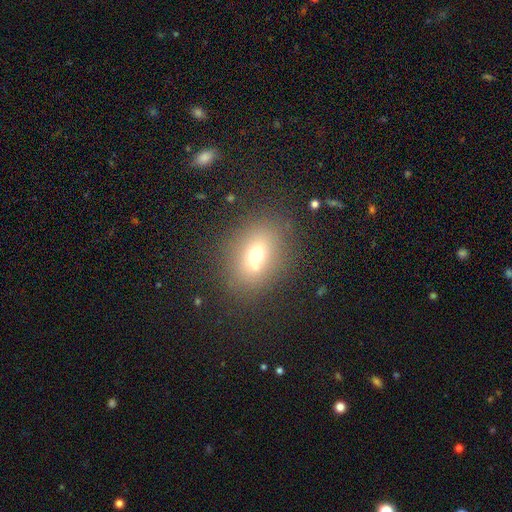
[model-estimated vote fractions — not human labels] A smooth galaxy with no disk features (65%) that is in between round and cigar-shaped (60%). Merging: none (72%).